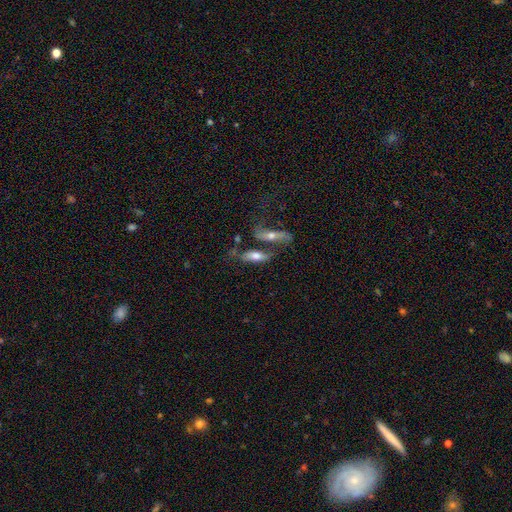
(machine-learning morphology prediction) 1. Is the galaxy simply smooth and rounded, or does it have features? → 59% smooth, 33% featured or disk, 8% star or artifact.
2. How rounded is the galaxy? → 63% in between, 34% cigar-shaped, 3% round.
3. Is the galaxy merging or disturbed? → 41% none, 36% merger, 14% minor disturbance, 9% major disturbance.